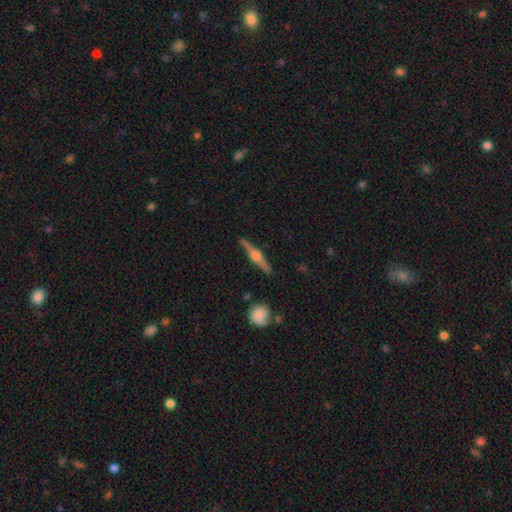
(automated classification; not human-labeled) smooth_or_featured: featured or disk (p=0.80) [alt: smooth p=0.14]
disk_edge_on: yes (p=0.98) [alt: no p=0.02]
edge_on_bulge: rounded (p=0.93) [alt: boxy p=0.05]
merging: none (p=0.90) [alt: minor disturbance p=0.07]